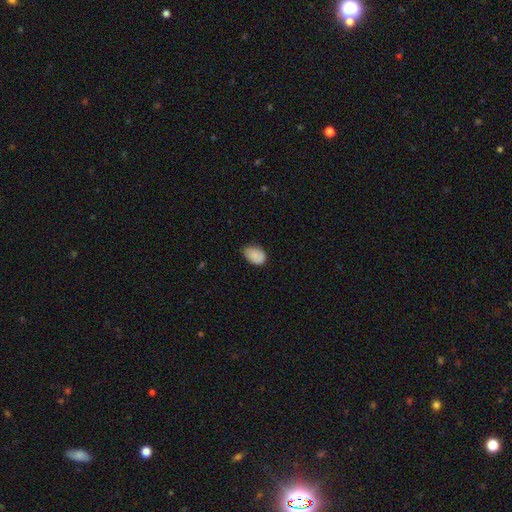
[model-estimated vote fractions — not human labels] Smooth or featured? smooth (85%)
How rounded? in between (86%)
Merging? none (69%)